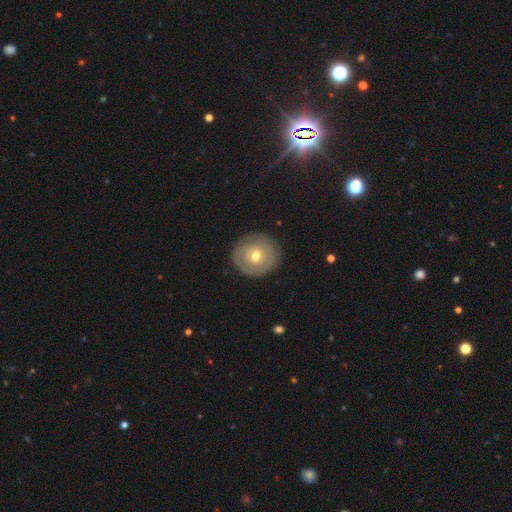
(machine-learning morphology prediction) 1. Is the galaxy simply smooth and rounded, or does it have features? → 48% featured or disk, 45% smooth, 7% star or artifact.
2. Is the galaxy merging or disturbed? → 86% none, 10% minor disturbance, 3% major disturbance, 1% merger.